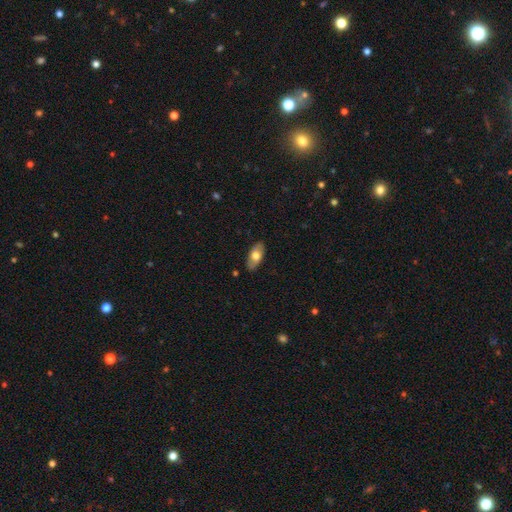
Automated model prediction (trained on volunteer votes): Smooth or featured?
  - smooth: 62% *
  - featured or disk: 32%
  - star or artifact: 6%
How rounded?
  - in between: 90% *
  - cigar-shaped: 6%
  - round: 3%
Merging?
  - none: 86% *
  - minor disturbance: 11%
  - major disturbance: 2%
  - merger: 1%